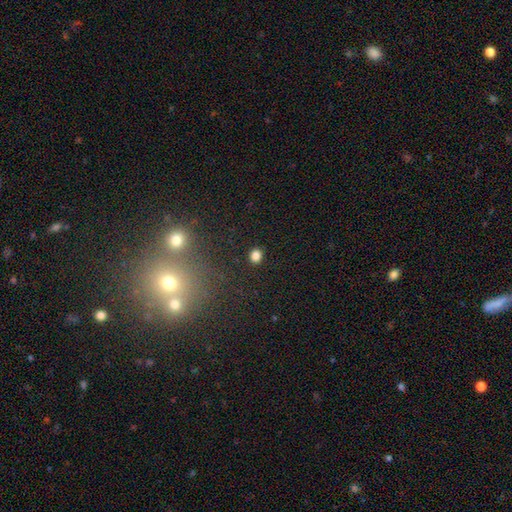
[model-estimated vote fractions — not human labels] Q: Smooth or featured?
A: smooth (82%); runner-up: star or artifact (14%)
Q: How rounded?
A: round (73%); runner-up: in between (26%)
Q: Merging?
A: none (90%); runner-up: minor disturbance (6%)